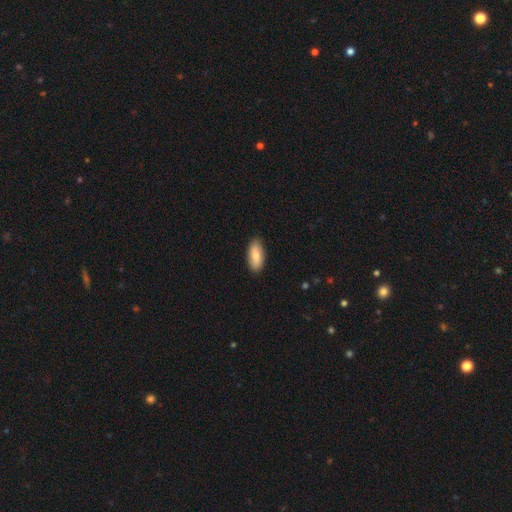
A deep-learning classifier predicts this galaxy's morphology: The model was most divided on "smooth or featured": smooth: 81%, featured or disk: 13%, star or artifact: 6%. More confident: how rounded — in between (87%); merging — none (87%).